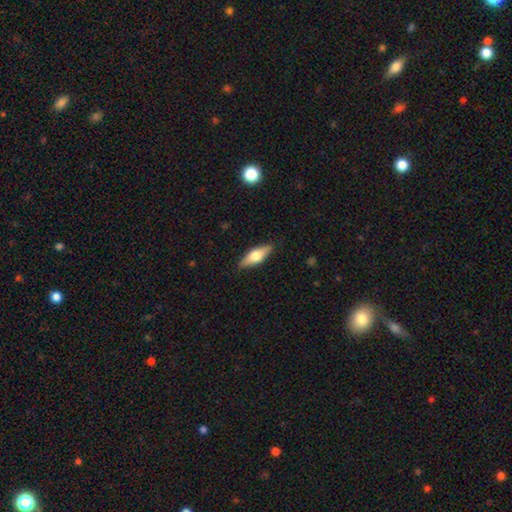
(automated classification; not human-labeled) Morphology: type=smooth (49%); merging=none (87%).